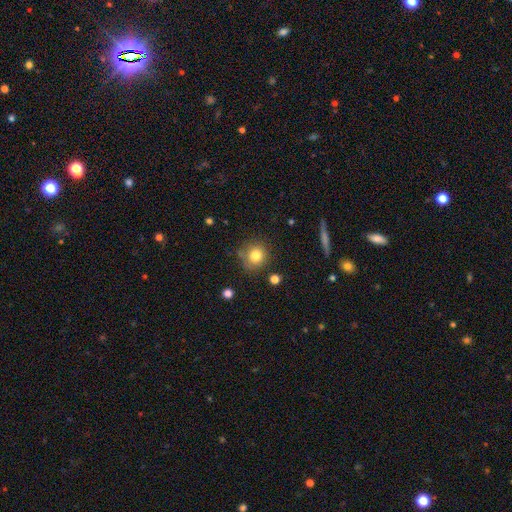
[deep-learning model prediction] smooth 81%, star or artifact 11%, featured or disk 9%. Down the decision tree: how rounded — round (88%); merging — none (76%).